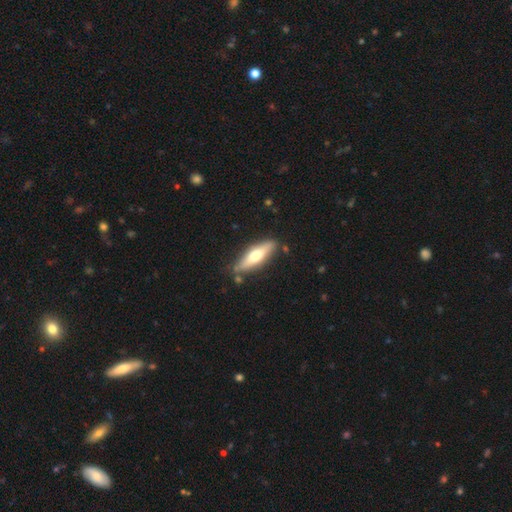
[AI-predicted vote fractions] Morphology: type=smooth (52%); roundness=cigar-shaped (61%); merging=none (80%).